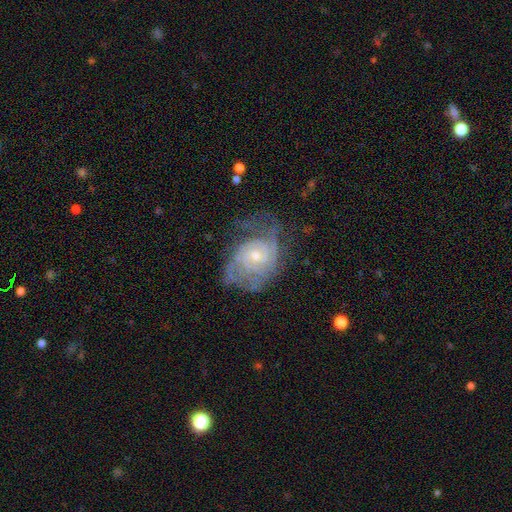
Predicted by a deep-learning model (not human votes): Smooth or featured? featured or disk (83%)
Edge-on disk? no (97%)
Bar? no (67%)
Spiral arms? yes (94%)
Spiral winding? tight (63%)
Spiral arm count? can't tell (36%)
Bulge size? small (61%)
Merging? none (52%)